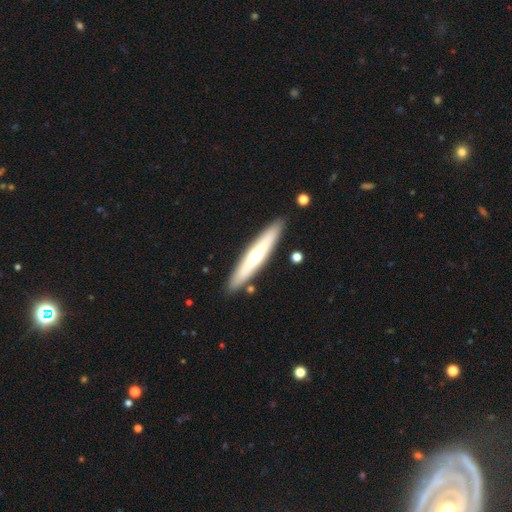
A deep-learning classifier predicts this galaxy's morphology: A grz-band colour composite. It shows a smooth galaxy with no disk features (49%). Merging: none (88%).